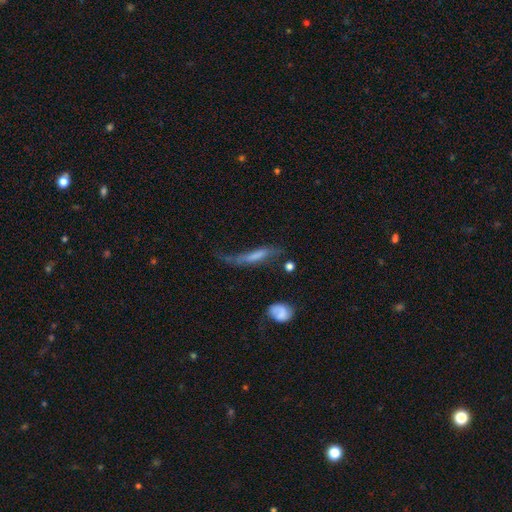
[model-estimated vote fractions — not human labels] This appears to be a featured or disk galaxy (46%). Merging: major disturbance (36%).